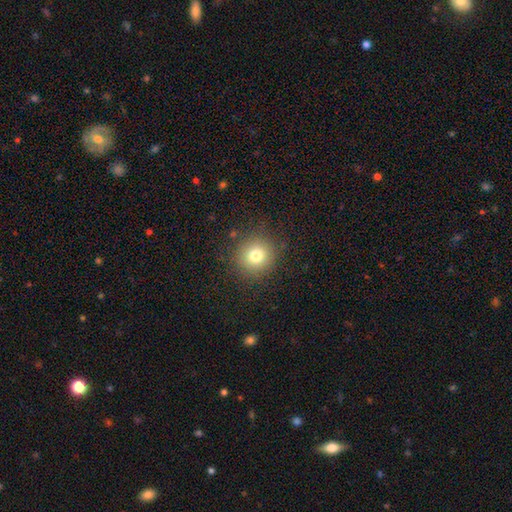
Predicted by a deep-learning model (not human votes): The model was most divided on "smooth or featured": smooth: 77%, star or artifact: 13%, featured or disk: 10%. More confident: how rounded — round (93%); merging — none (88%).